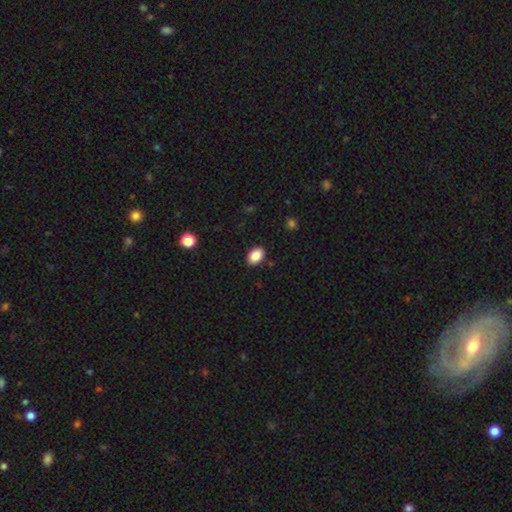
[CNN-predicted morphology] Overall: smooth (87%). How rounded: in between (81%). Merging: none (88%).